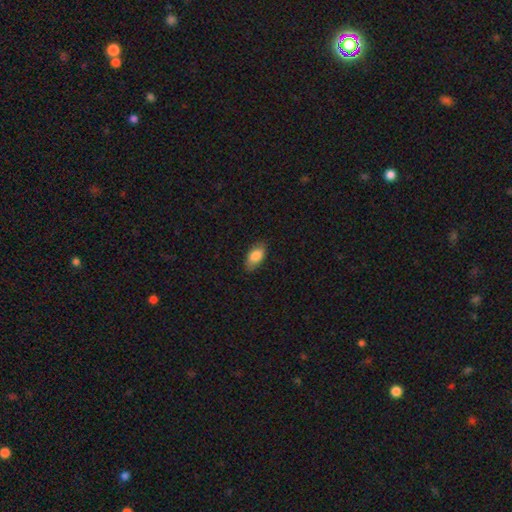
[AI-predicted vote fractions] A smooth galaxy with no disk features (84%) that is in between round and cigar-shaped (91%). Merging: none (79%).